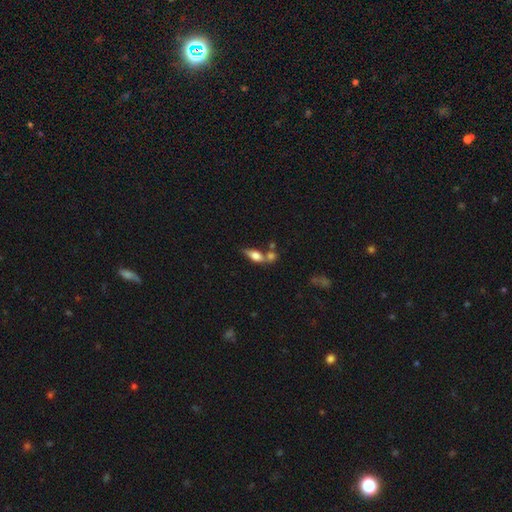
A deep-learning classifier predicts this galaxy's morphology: Smooth or featured? smooth (65%)
How rounded? in between (72%)
Merging? none (42%)